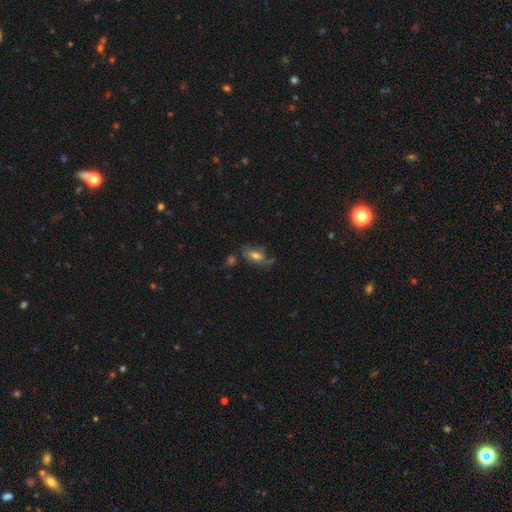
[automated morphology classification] A smooth galaxy with no disk features (52%) that is in between round and cigar-shaped (82%).

Vote fractions:
- Smooth or featured? smooth: 52% / featured or disk: 37% / star or artifact: 11%
- How rounded? in between: 82% / cigar-shaped: 11% / round: 7%
- Merging? none: 50% / minor disturbance: 25% / major disturbance: 17% / merger: 8%